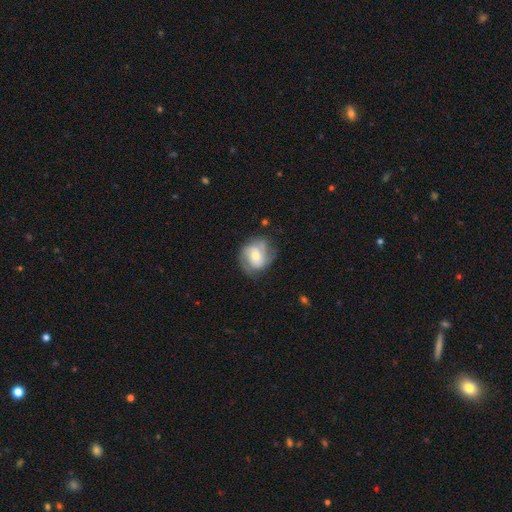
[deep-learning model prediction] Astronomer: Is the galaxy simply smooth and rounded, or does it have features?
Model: featured or disk — 60%.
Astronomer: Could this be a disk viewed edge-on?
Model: no — 97%.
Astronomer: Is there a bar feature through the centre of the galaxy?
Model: no — 55% (runner-up: weak, 34%).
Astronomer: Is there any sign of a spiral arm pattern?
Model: yes — 83%.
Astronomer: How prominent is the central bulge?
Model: moderate — 49% (runner-up: small, 40%).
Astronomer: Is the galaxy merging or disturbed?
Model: none — 62%.